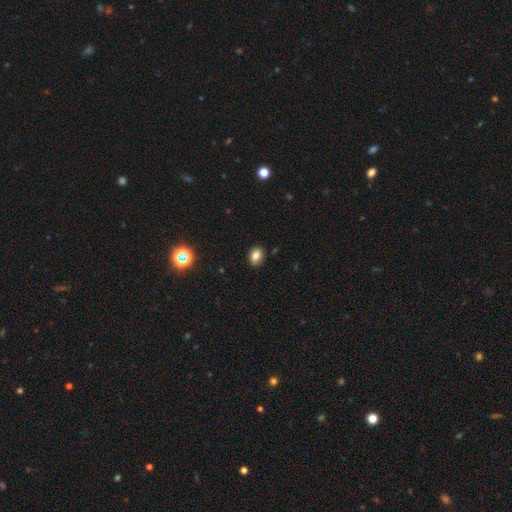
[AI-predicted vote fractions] This is likely a smooth galaxy (80%). How rounded: likely in between (60%). Merging: clearly none (88%).